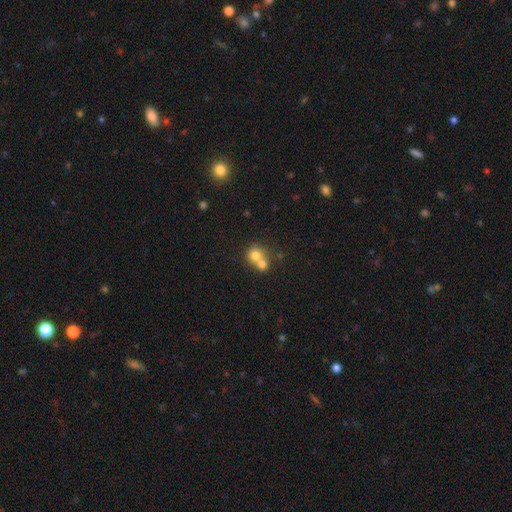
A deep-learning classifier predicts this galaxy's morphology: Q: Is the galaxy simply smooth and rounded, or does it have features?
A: smooth — 74%.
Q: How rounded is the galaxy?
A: round — 80%.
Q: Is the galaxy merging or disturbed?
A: merger — 64%.